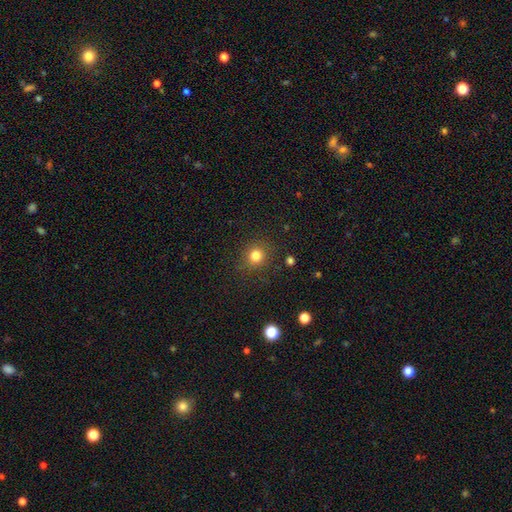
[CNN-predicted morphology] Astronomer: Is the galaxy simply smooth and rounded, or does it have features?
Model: smooth — 81%.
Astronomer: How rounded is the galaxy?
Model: round — 88%.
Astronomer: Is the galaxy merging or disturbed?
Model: none — 86%.